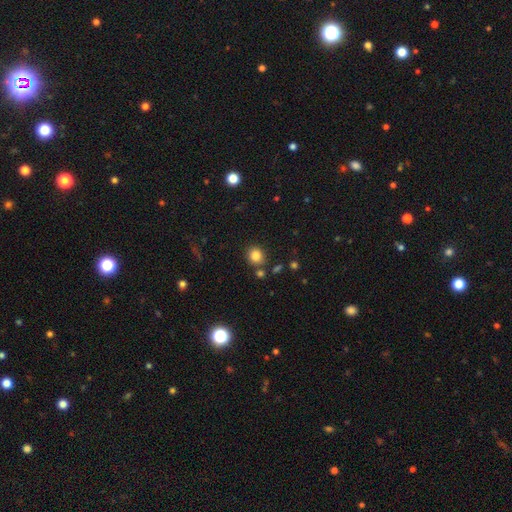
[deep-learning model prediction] This is clearly a smooth galaxy (83%). How rounded: clearly round (83%). Merging: clearly none (82%).